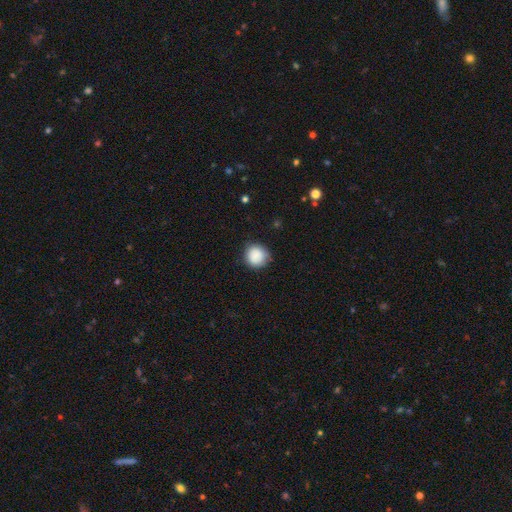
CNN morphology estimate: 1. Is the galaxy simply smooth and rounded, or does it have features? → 88% smooth, 8% star or artifact, 4% featured or disk.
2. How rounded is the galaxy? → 92% round, 7% in between, 1% cigar-shaped.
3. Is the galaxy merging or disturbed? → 83% none, 13% minor disturbance, 3% major disturbance, 1% merger.